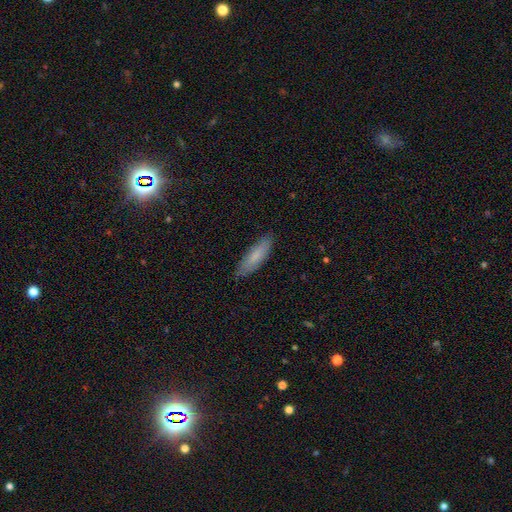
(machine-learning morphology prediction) Q: Smooth or featured?
A: smooth (76%); runner-up: featured or disk (18%)
Q: How rounded?
A: cigar-shaped (64%); runner-up: in between (35%)
Q: Merging?
A: none (85%); runner-up: minor disturbance (12%)